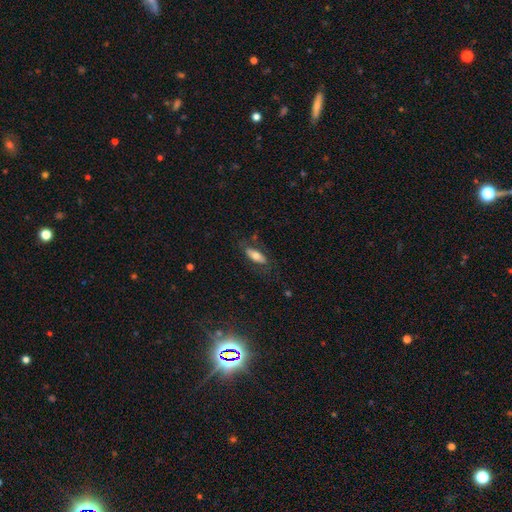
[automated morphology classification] smooth-or-featured: smooth: 65% | featured or disk: 28% | star or artifact: 7%
  how-rounded: in between: 73% | cigar-shaped: 24% | round: 3%
  merging: none: 73% | minor disturbance: 18% | major disturbance: 8% | merger: 2%